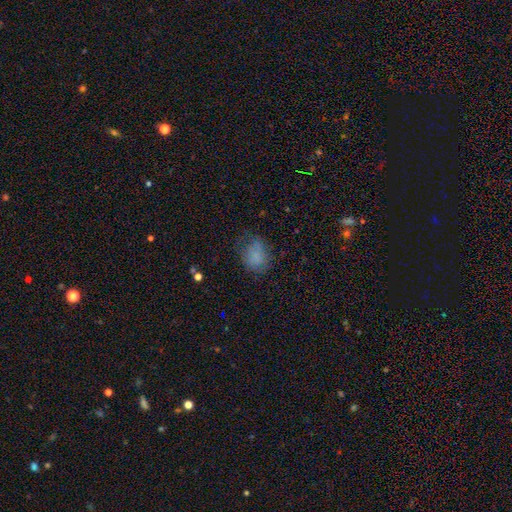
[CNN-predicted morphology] Smooth or featured? Predicted: smooth (p=0.73). How rounded? Predicted: in between (p=0.60). Merging? Predicted: none (p=0.54).